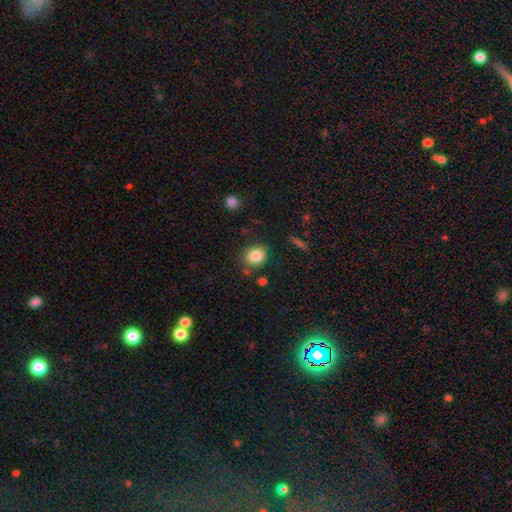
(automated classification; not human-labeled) smooth 84%, star or artifact 9%, featured or disk 7%. Down the decision tree: how rounded — round (68%); merging — none (79%).